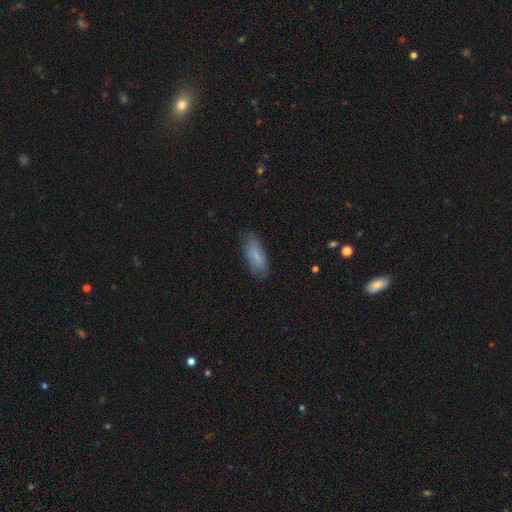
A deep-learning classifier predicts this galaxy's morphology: smooth_or_featured: smooth (p=0.78) [alt: featured or disk p=0.15]
how_rounded: in between (p=0.70) [alt: cigar-shaped p=0.29]
merging: none (p=0.73) [alt: minor disturbance p=0.20]